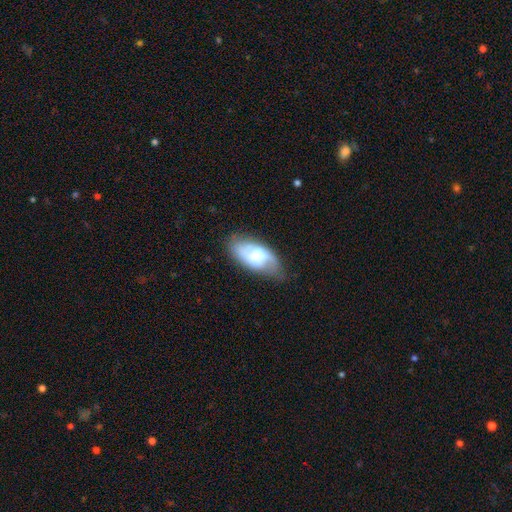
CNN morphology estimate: The model was most divided on "bulge size": moderate: 48%, small: 37%, large: 9%, none: 4%, dominant: 2%. More confident: edge-on disk — no (92%); spiral arms — yes (84%); merging — none (68%); smooth or featured — featured or disk (57%); bar — no (51%).